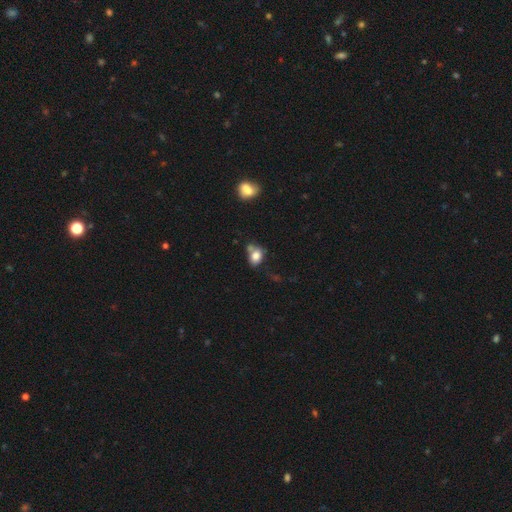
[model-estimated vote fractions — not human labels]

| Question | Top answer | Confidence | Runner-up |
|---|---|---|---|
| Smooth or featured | smooth | 79% | featured or disk (12%) |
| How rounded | in between | 68% | round (31%) |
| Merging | none | 41% | merger (28%) |